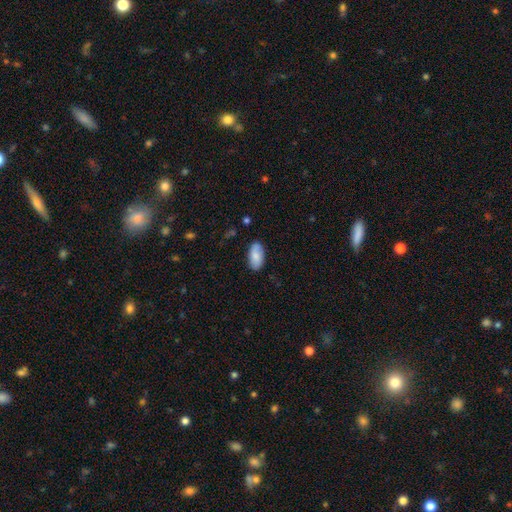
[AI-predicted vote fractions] Smooth or featured? smooth (81%)
How rounded? in between (94%)
Merging? none (83%)